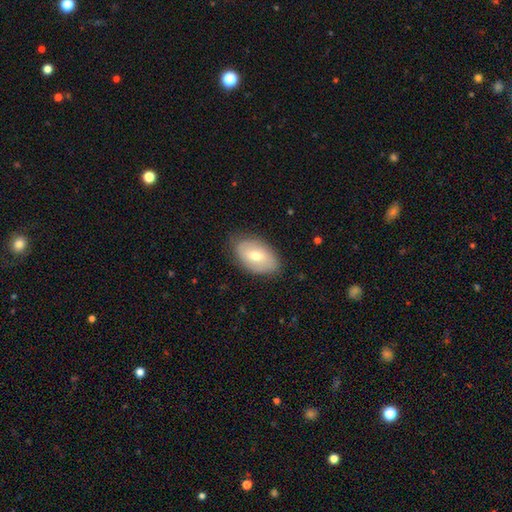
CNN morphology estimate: The model was most divided on "smooth or featured": smooth: 61%, featured or disk: 32%, star or artifact: 7%. More confident: how rounded — in between (91%); merging — none (79%).